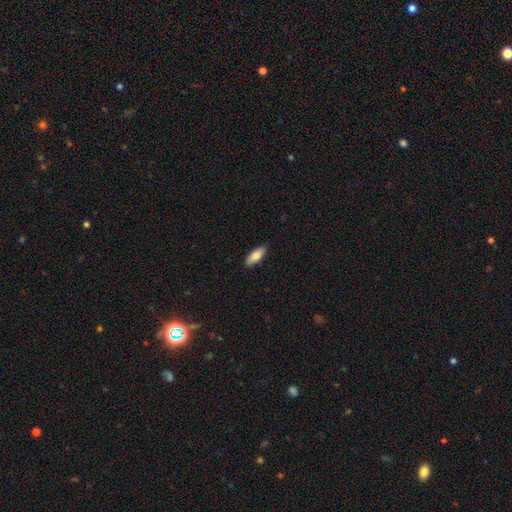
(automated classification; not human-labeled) smooth-or-featured: smooth: 78% | featured or disk: 16% | star or artifact: 6%
  how-rounded: in between: 74% | cigar-shaped: 24% | round: 2%
  merging: none: 88% | minor disturbance: 9% | major disturbance: 2% | merger: 1%